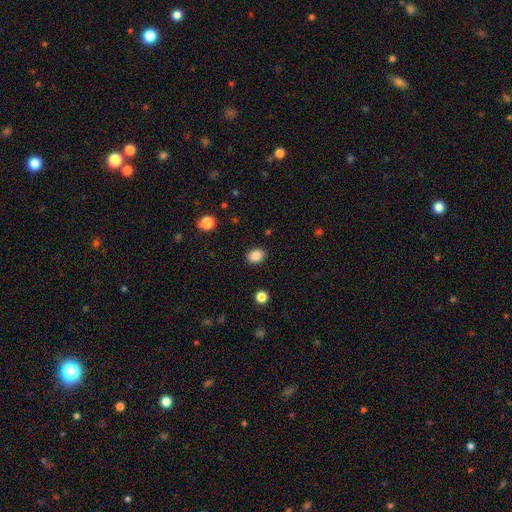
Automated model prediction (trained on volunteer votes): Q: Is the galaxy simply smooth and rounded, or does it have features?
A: smooth — 87%.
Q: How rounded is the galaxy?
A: in between — 57%.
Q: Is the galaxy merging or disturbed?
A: none — 89%.